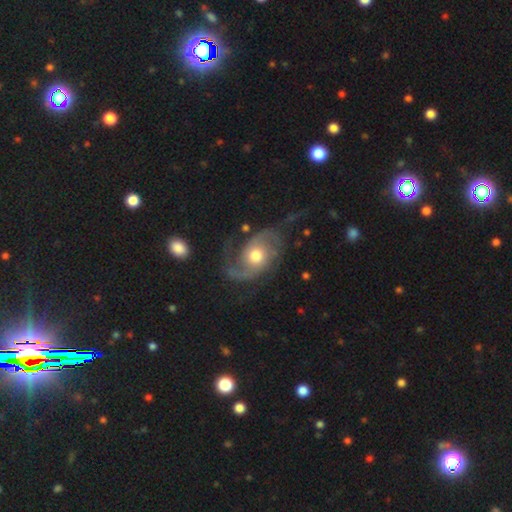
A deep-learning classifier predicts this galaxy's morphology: Smooth or featured? Predicted: featured or disk (p=0.85). Edge-on disk? Predicted: no (p=0.97). Bar? Predicted: no (p=0.73). Spiral arms? Predicted: yes (p=0.95). Spiral winding? Predicted: medium (p=0.46). Spiral arm count? Predicted: 2 (p=0.85). Bulge size? Predicted: moderate (p=0.69). Merging? Predicted: none (p=0.61).